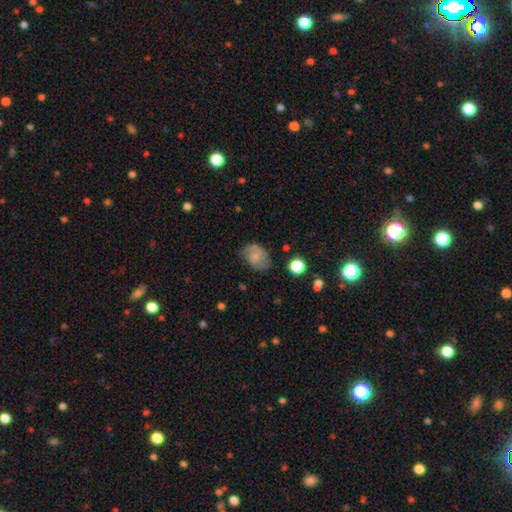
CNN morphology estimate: Smooth or featured?
  - smooth: 71% *
  - featured or disk: 19%
  - star or artifact: 9%
How rounded?
  - in between: 73% *
  - round: 26%
  - cigar-shaped: 1%
Merging?
  - none: 65% *
  - minor disturbance: 24%
  - major disturbance: 8%
  - merger: 2%